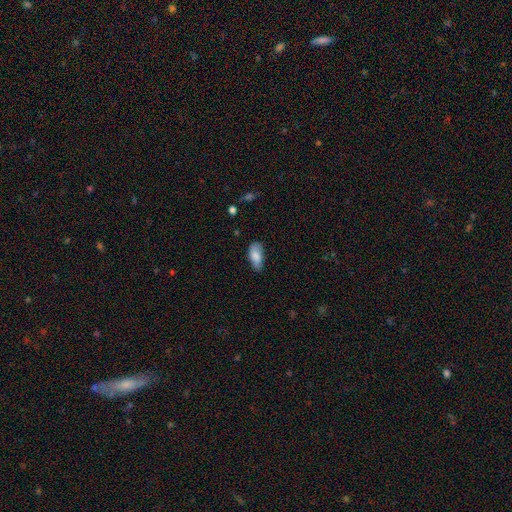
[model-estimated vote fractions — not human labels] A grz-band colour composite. It shows a smooth galaxy with no disk features (81%) that is in between round and cigar-shaped (90%). Merging: none (61%).